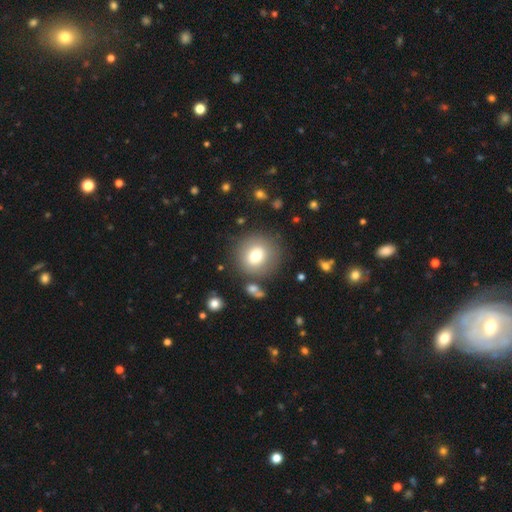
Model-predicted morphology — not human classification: Smooth or featured? smooth (73%)
How rounded? round (91%)
Merging? none (81%)